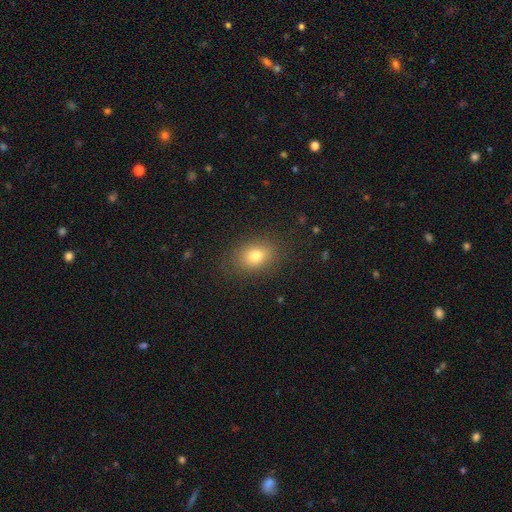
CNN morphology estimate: This appears to be a smooth galaxy with no disk features (79%) that is in between round and cigar-shaped (68%). Merging: none (84%).